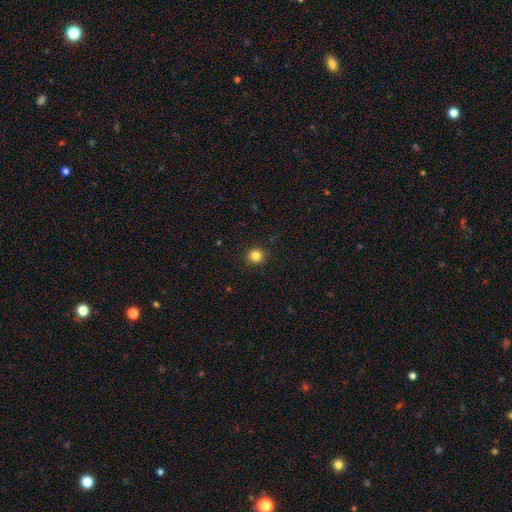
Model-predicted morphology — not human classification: This is clearly a smooth galaxy (84%). How rounded: clearly round (91%). Merging: clearly none (91%).